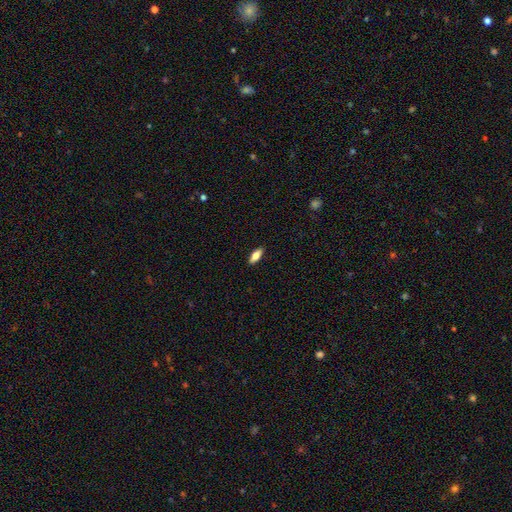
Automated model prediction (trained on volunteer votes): This appears to be a smooth galaxy with no disk features (74%) that is in between round and cigar-shaped (73%). Merging: none (89%).